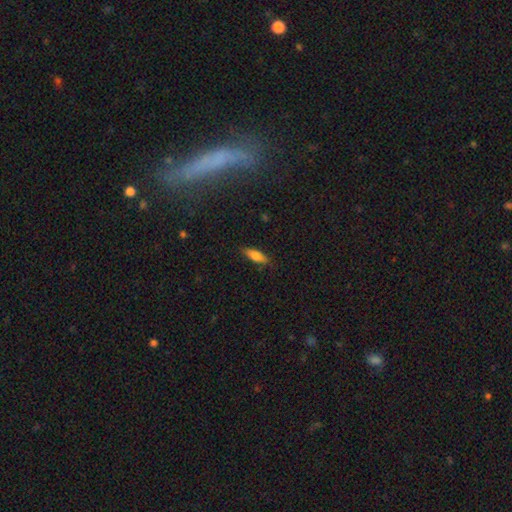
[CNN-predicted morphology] This appears to be a smooth galaxy with no disk features (75%) that is in between round and cigar-shaped (58%). Merging: none (85%).